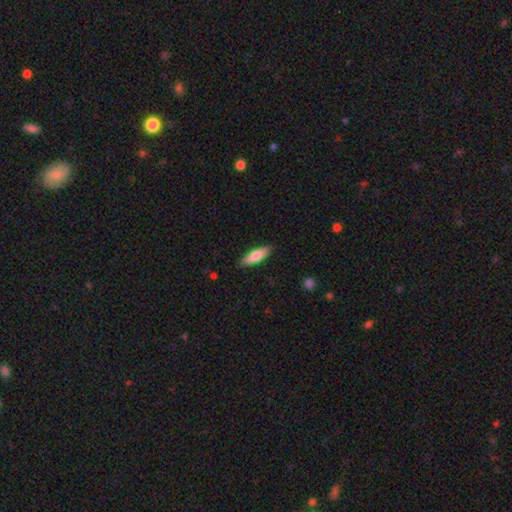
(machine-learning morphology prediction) A smooth galaxy with no disk features (76%) that is cigar-shaped (54%).

Vote fractions:
- Smooth or featured? smooth: 76% / featured or disk: 19% / star or artifact: 5%
- How rounded? cigar-shaped: 54% / in between: 44% / round: 2%
- Merging? none: 88% / minor disturbance: 9% / major disturbance: 2% / merger: 1%